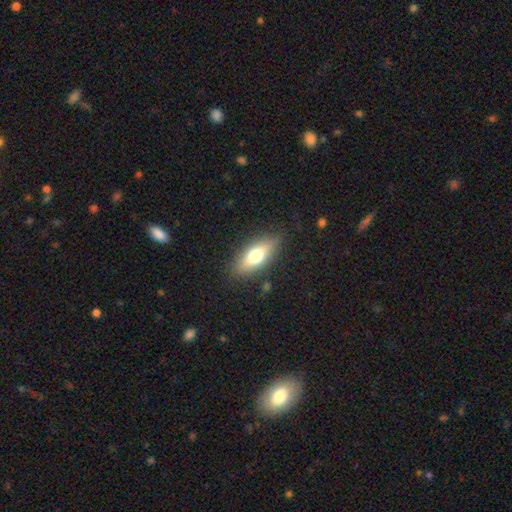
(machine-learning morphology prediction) A smooth galaxy with no disk features (64%) that is in between round and cigar-shaped (69%). Merging: none (85%).